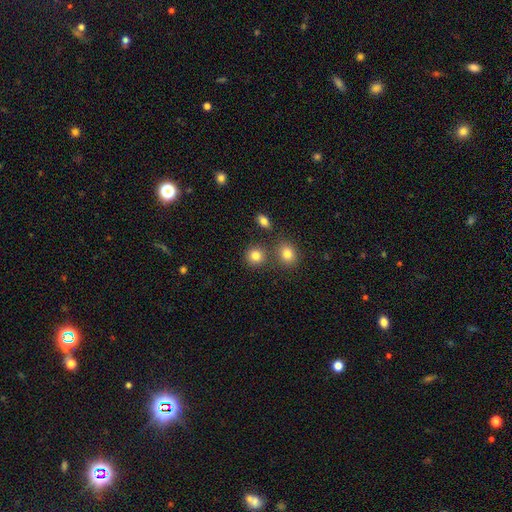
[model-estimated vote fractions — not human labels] Q: Smooth or featured?
A: smooth (82%); runner-up: star or artifact (11%)
Q: How rounded?
A: round (86%); runner-up: in between (13%)
Q: Merging?
A: none (76%); runner-up: merger (12%)